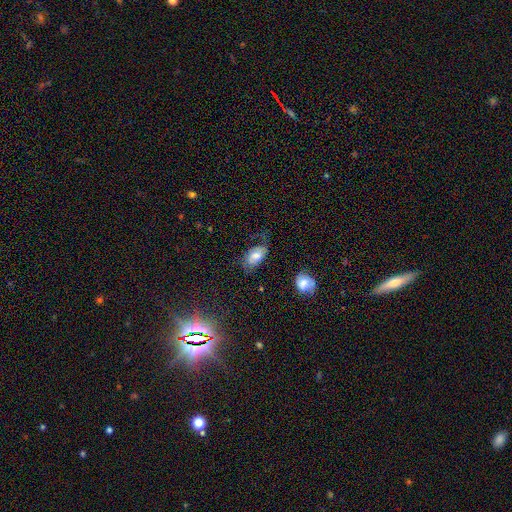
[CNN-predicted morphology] Smooth or featured? smooth (59%)
How rounded? in between (91%)
Merging? none (47%)